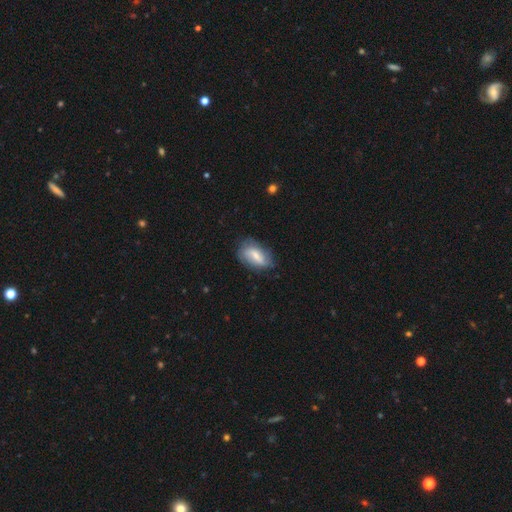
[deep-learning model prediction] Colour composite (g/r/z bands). It shows a smooth galaxy with no disk features (49%). Merging: none (67%).